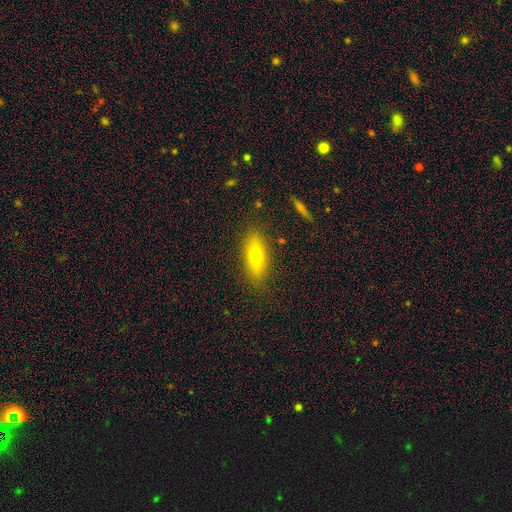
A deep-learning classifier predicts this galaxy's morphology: smooth 68%, featured or disk 23%, star or artifact 9%. Down the decision tree: how rounded — in between (64%); merging — none (85%).